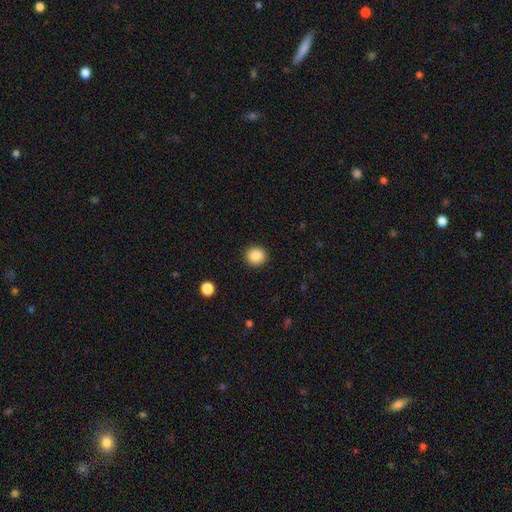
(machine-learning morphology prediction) Overall: smooth (87%). How rounded: round (91%). Merging: none (92%).